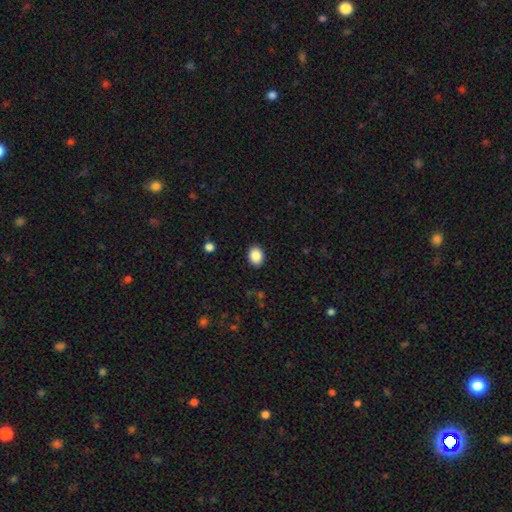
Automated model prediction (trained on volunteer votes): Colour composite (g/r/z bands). It shows a smooth galaxy with no disk features (88%) that is in between round and cigar-shaped (60%). Merging: none (90%).